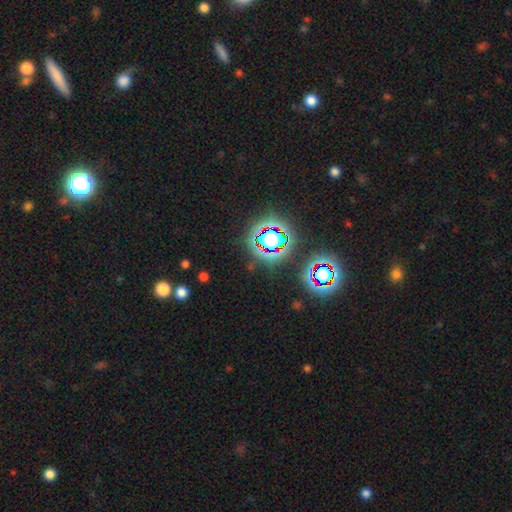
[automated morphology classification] A star or artifact, not a galaxy (81%).

Vote fractions:
- Smooth or featured? star or artifact: 81% / smooth: 12% / featured or disk: 7%